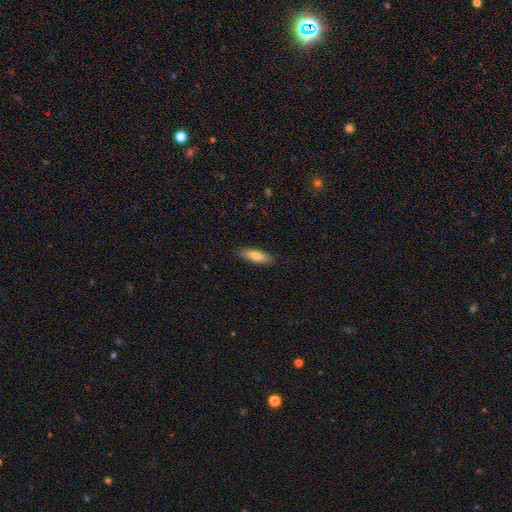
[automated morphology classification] A smooth galaxy with no disk features (72%) that is cigar-shaped (53%). Merging: none (86%).